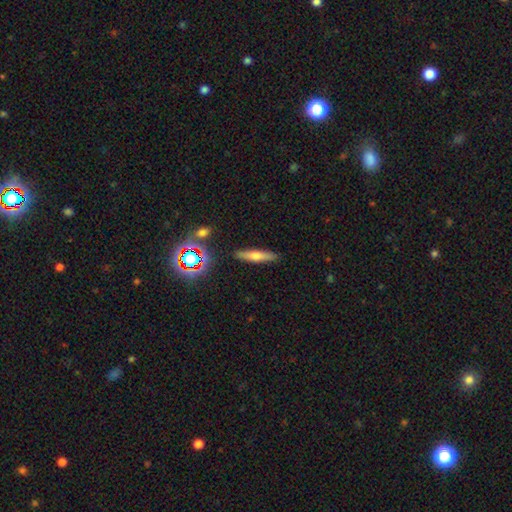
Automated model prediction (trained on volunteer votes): smooth-or-featured: smooth: 54% | featured or disk: 32% | star or artifact: 14%
  how-rounded: cigar-shaped: 83% | in between: 14% | round: 4%
  merging: none: 88% | minor disturbance: 8% | major disturbance: 2% | merger: 2%